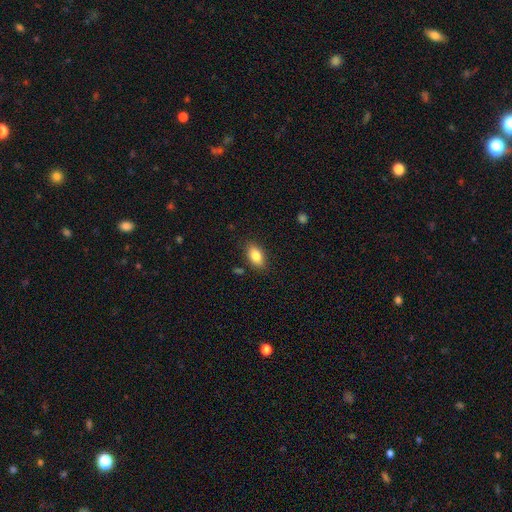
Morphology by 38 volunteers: smooth_or_featured: smooth (p=0.82) [alt: featured or disk p=0.13]
how_rounded: in between (p=0.97) [alt: round p=0.03]
merging: none (p=0.89) [alt: minor disturbance p=0.08]